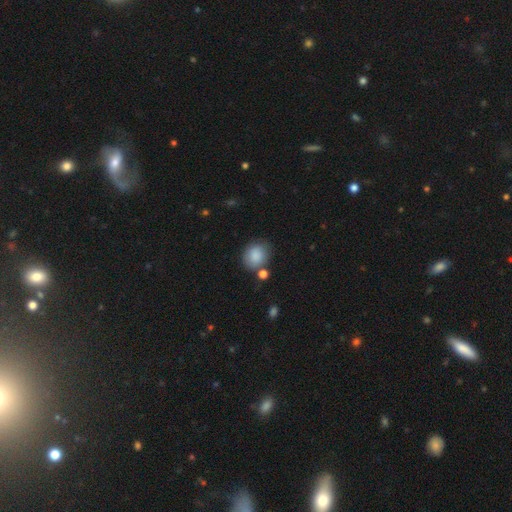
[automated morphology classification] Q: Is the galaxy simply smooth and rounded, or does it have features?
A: smooth — 86%.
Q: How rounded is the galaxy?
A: round — 66%.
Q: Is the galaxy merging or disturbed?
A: none — 69%.